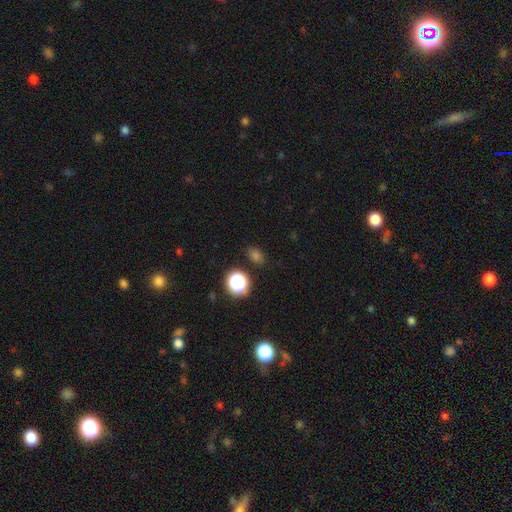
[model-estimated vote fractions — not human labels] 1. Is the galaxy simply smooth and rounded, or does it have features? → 65% smooth, 29% star or artifact, 5% featured or disk.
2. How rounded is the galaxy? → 53% in between, 45% round, 2% cigar-shaped.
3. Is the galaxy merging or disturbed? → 85% none, 10% minor disturbance, 3% major disturbance, 3% merger.